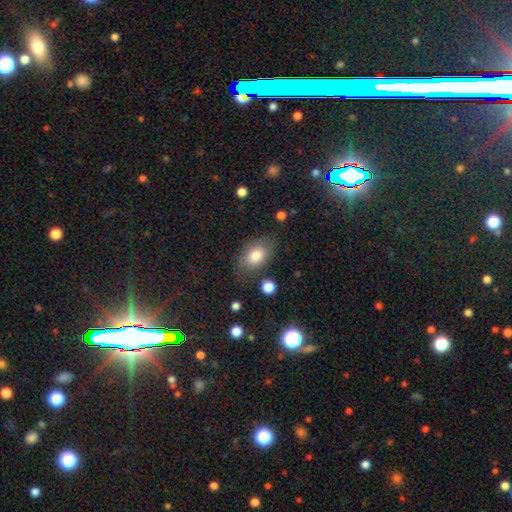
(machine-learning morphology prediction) A smooth galaxy with no disk features (80%) that is in between round and cigar-shaped (86%).

Vote fractions:
- Smooth or featured? smooth: 80% / featured or disk: 12% / star or artifact: 8%
- How rounded? in between: 86% / round: 13% / cigar-shaped: 2%
- Merging? none: 72% / minor disturbance: 19% / major disturbance: 6% / merger: 3%